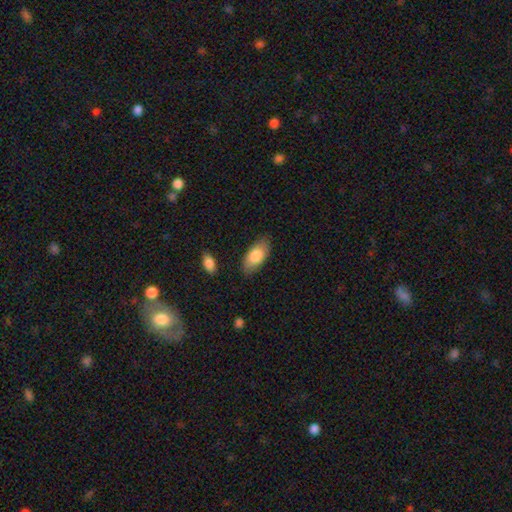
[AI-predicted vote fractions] Morphology: type=smooth (82%); roundness=in between (91%); merging=none (81%).